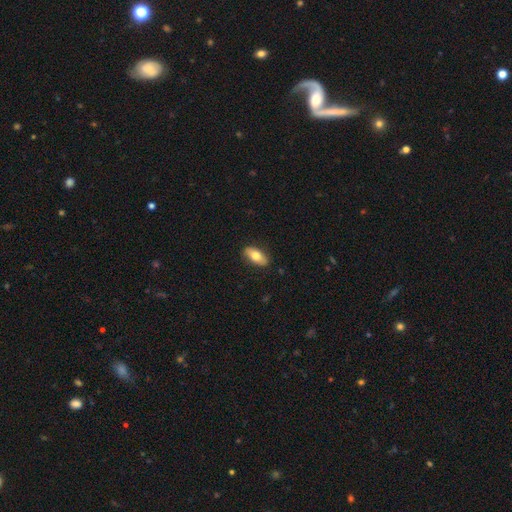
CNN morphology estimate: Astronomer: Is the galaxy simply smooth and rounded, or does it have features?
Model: smooth — 74%.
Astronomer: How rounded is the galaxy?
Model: in between — 88%.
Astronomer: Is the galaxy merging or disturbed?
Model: none — 87%.